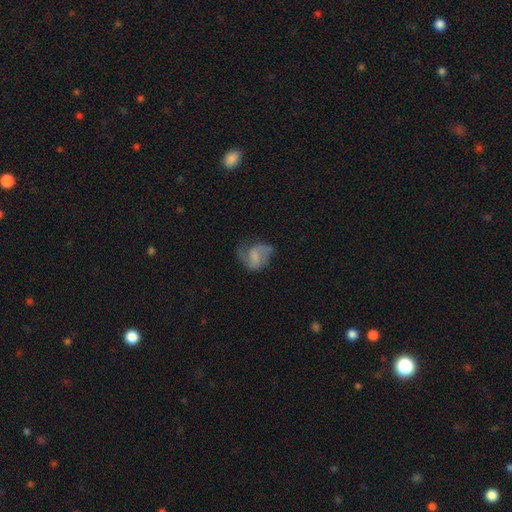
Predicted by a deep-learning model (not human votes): smooth_or_featured: featured or disk (p=0.57) [alt: smooth p=0.35]
disk_edge_on: no (p=0.98) [alt: yes p=0.02]
bar: no (p=0.49) [alt: weak p=0.42]
has_spiral_arms: yes (p=0.84) [alt: no p=0.16]
bulge_size: none (p=0.43) [alt: small p=0.27]
merging: none (p=0.45) [alt: minor disturbance p=0.26]